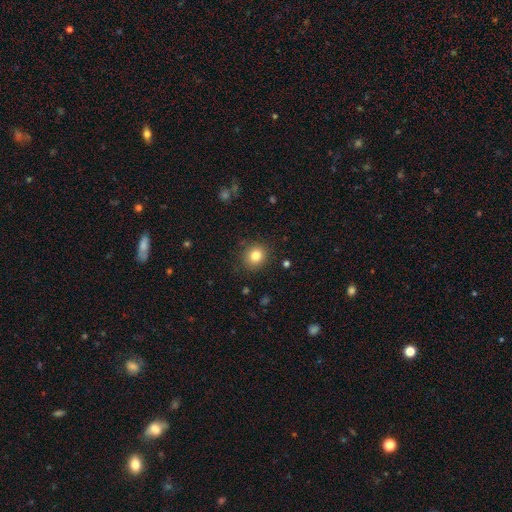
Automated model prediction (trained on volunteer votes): Q: Smooth or featured?
A: smooth (82%); runner-up: star or artifact (11%)
Q: How rounded?
A: round (83%); runner-up: in between (16%)
Q: Merging?
A: none (88%); runner-up: minor disturbance (8%)